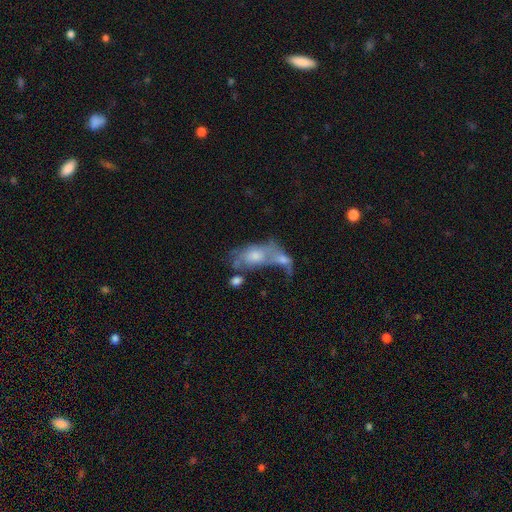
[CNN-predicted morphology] smooth_or_featured: featured or disk (p=0.47) [alt: smooth p=0.42]
merging: merger (p=0.55) [alt: none p=0.19]